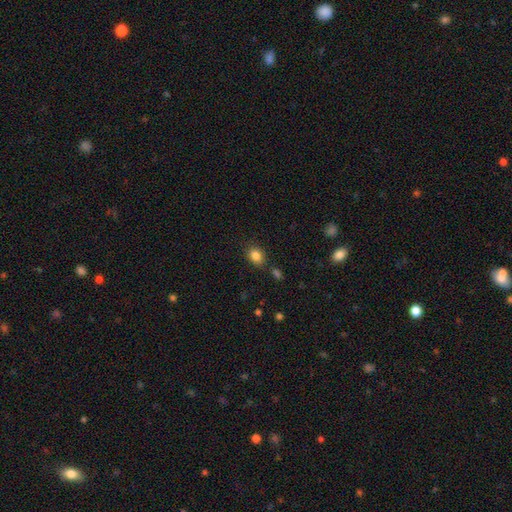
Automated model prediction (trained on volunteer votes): smooth 84%, star or artifact 10%, featured or disk 5%. Down the decision tree: how rounded — in between (57%); merging — none (80%).